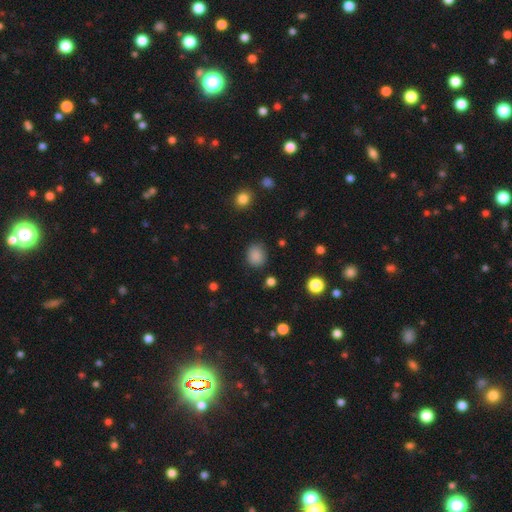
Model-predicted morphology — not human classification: This appears to be a smooth galaxy with no disk features (85%) that is round (71%). Merging: none (81%).